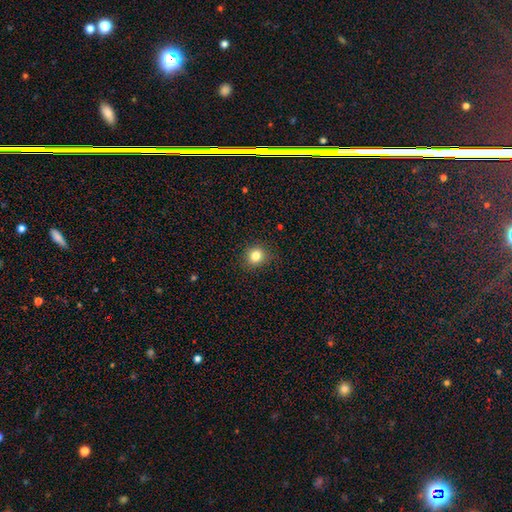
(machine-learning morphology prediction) smooth-or-featured: smooth: 82% | star or artifact: 12% | featured or disk: 6%
  how-rounded: round: 84% | in between: 15% | cigar-shaped: 1%
  merging: none: 89% | minor disturbance: 8% | major disturbance: 2% | merger: 1%